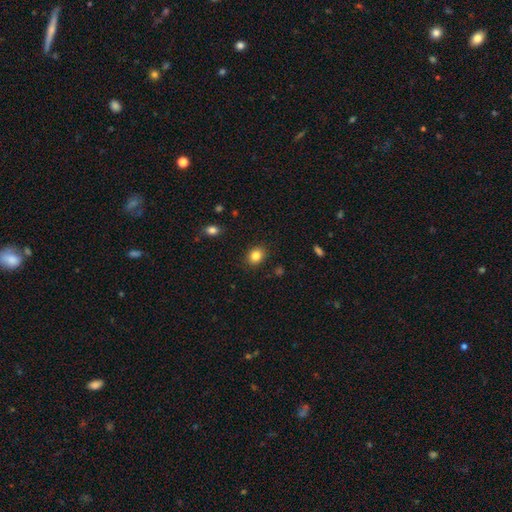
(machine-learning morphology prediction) This is clearly a smooth galaxy (85%). How rounded: possibly in between (51%). Merging: clearly none (88%).